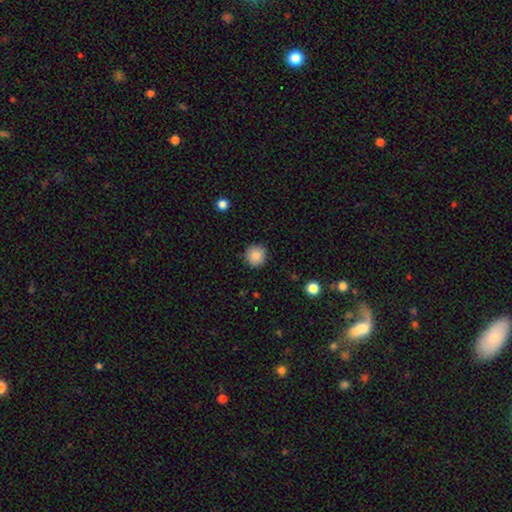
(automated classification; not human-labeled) Smooth or featured?
  - smooth: 87% *
  - star or artifact: 8%
  - featured or disk: 5%
How rounded?
  - round: 94% *
  - in between: 5%
  - cigar-shaped: 1%
Merging?
  - none: 90% *
  - minor disturbance: 7%
  - major disturbance: 2%
  - merger: 1%